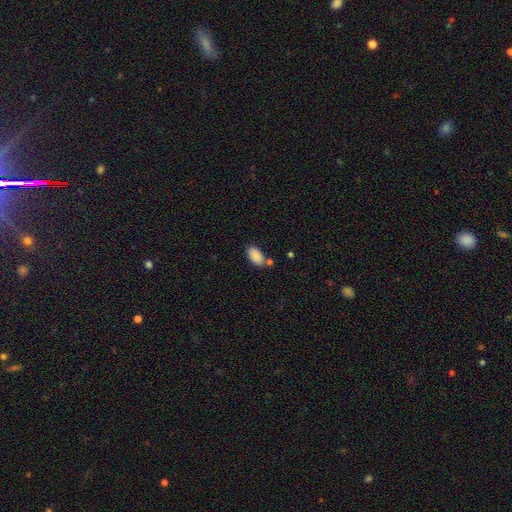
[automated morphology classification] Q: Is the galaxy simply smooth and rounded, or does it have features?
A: smooth — 89%.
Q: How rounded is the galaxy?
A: in between — 94%.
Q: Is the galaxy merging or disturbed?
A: none — 70%.